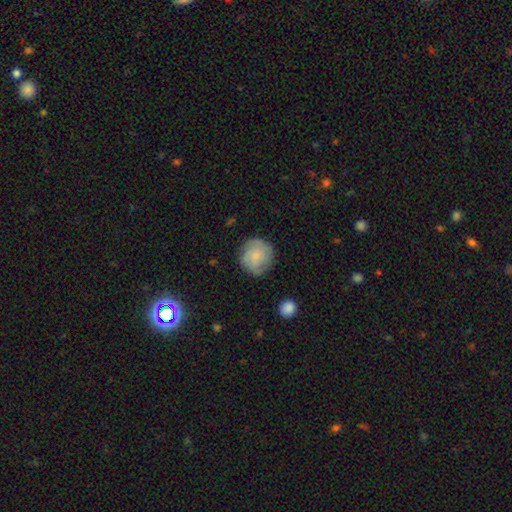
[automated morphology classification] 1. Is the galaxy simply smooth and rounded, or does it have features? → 55% smooth, 37% featured or disk, 8% star or artifact.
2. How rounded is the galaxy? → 91% round, 8% in between, 1% cigar-shaped.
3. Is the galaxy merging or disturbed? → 77% none, 16% minor disturbance, 5% major disturbance, 2% merger.